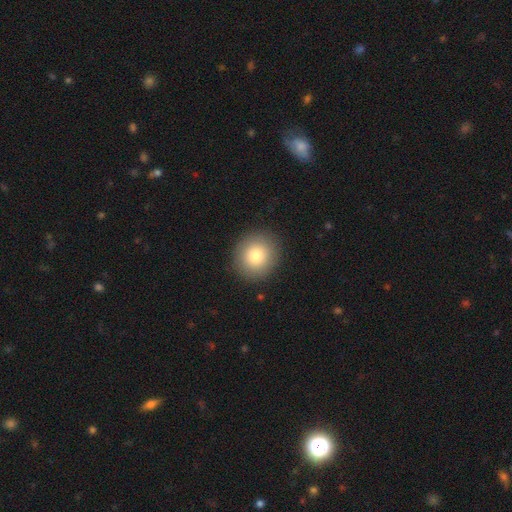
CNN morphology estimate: type=smooth (81%); roundness=round (87%); merging=none (90%).